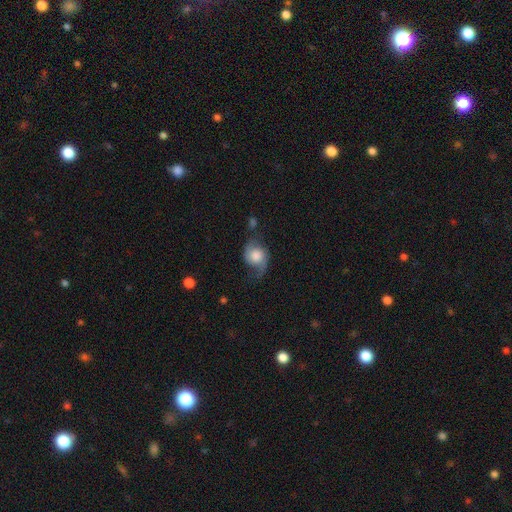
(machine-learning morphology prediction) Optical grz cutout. It shows a featured or disk galaxy (57%) with no bar (71%), spiral arms (91%) and a large central bulge (44%). Merging: none (50%).